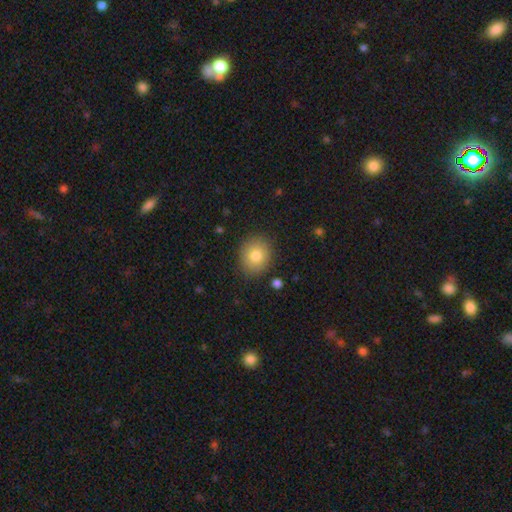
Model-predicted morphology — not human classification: This appears to be a smooth galaxy with no disk features (81%) that is round (64%). Merging: none (86%).